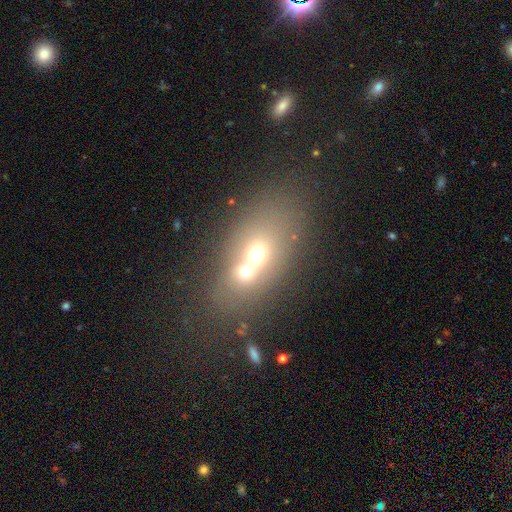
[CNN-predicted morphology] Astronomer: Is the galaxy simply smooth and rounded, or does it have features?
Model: smooth — 55%.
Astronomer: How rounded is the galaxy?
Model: in between — 67%.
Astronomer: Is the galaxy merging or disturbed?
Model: merger — 63%.